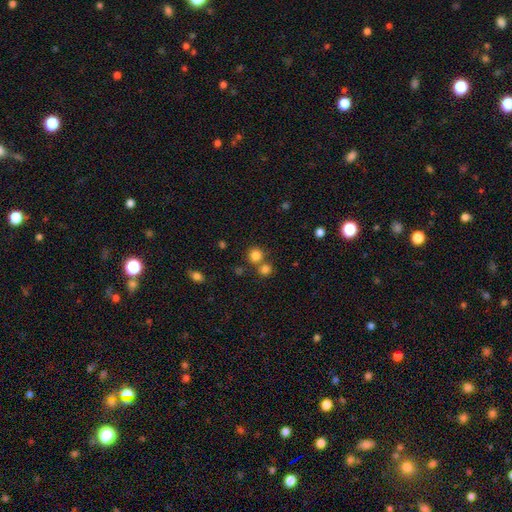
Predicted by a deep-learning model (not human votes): The model was most divided on "merging": none: 64%, merger: 26%, minor disturbance: 7%, major disturbance: 3%. More confident: how rounded — round (87%); smooth or featured — smooth (81%).